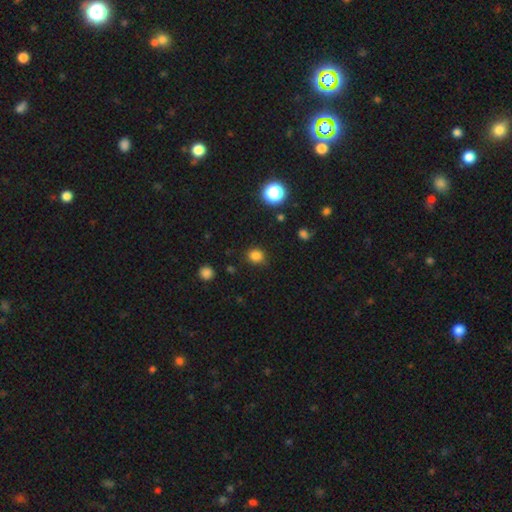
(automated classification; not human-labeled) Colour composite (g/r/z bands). It shows a smooth galaxy with no disk features (82%) that is round (81%). Merging: none (85%).